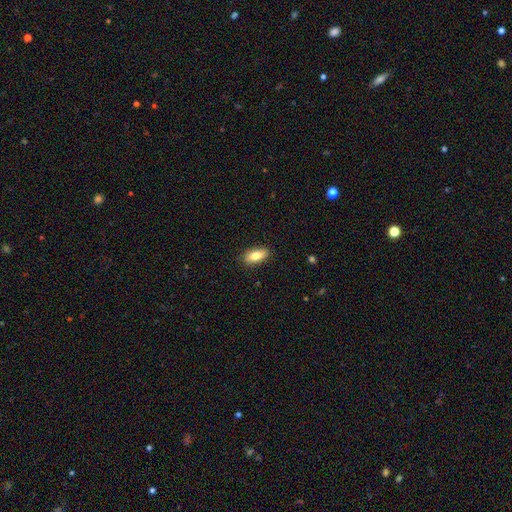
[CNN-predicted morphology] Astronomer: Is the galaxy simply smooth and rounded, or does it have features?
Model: smooth — 80%.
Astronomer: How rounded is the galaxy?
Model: in between — 86%.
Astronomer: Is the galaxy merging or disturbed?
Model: none — 88%.